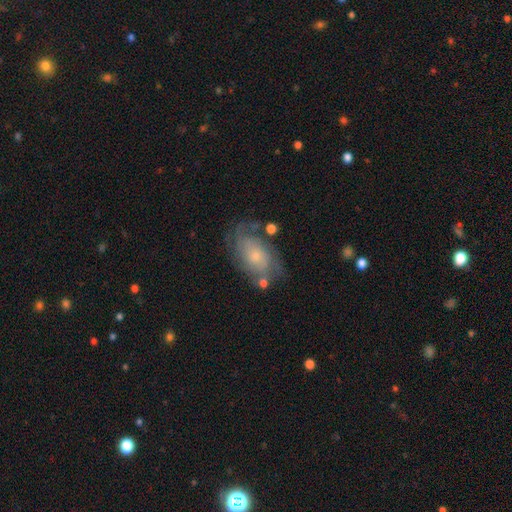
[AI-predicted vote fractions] This is likely a featured or disk galaxy (65%). It is clearly not viewed edge-on (95%). Bar: likely no (79%). Spiral arm pattern: clearly yes (82%). Spiral arm count: possibly can't tell (47%). Spiral winding: possibly tight (50%). Central bulge: likely small (70%). Merging: likely none (61%).